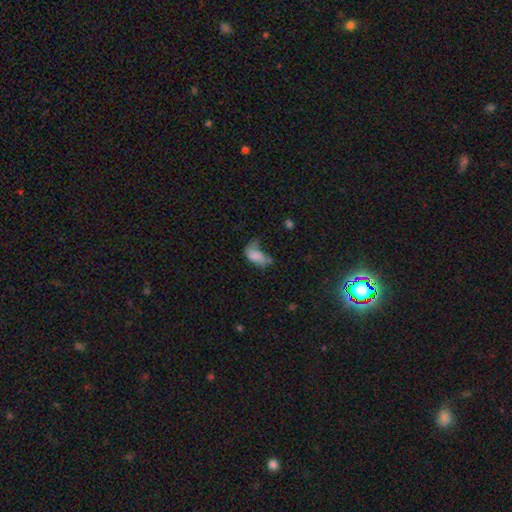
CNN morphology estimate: smooth_or_featured: smooth (p=0.59) [alt: featured or disk p=0.29]
how_rounded: in between (p=0.89) [alt: round p=0.08]
merging: major disturbance (p=0.35) [alt: minor disturbance p=0.27]